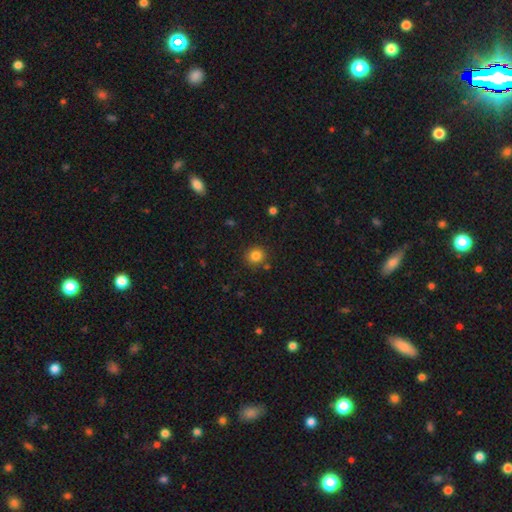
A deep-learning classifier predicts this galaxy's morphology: smooth_or_featured: smooth (p=0.83) [alt: star or artifact p=0.12]
how_rounded: round (p=0.89) [alt: in between p=0.10]
merging: none (p=0.85) [alt: minor disturbance p=0.08]